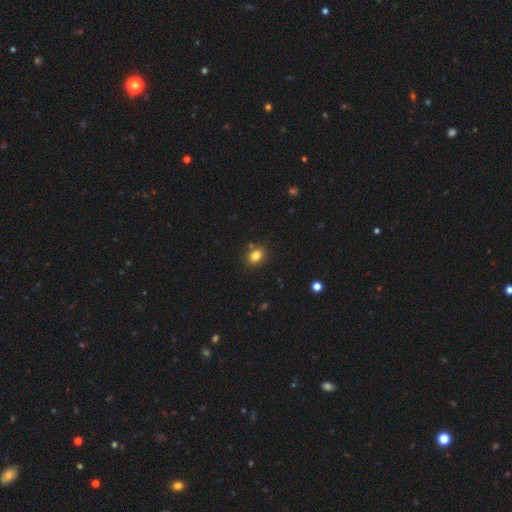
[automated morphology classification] The model was most divided on "how rounded": in between: 53%, round: 46%, cigar-shaped: 1%. More confident: smooth or featured — smooth (82%); merging — none (80%).